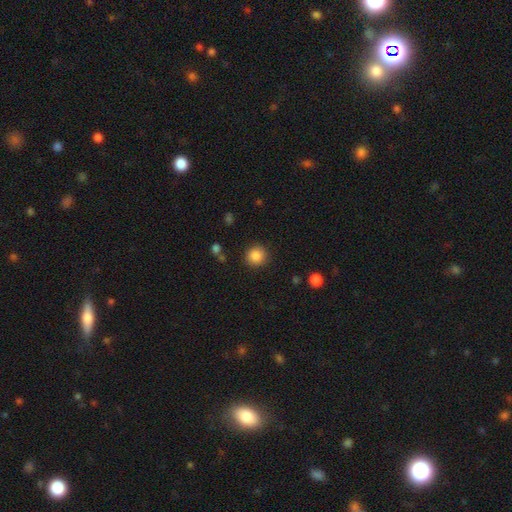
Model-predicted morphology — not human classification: This is clearly a smooth galaxy (87%). How rounded: clearly round (92%). Merging: clearly none (89%).